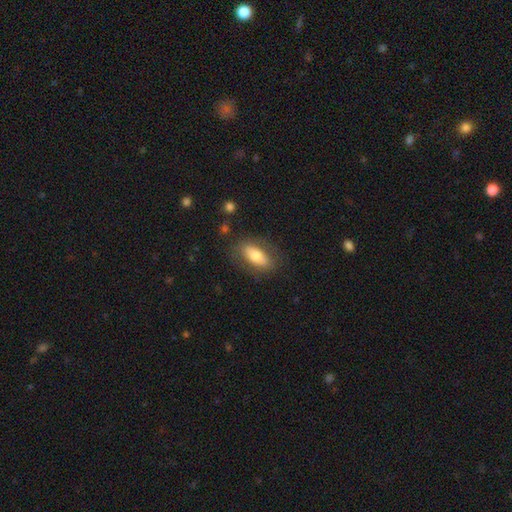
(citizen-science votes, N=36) This is clearly a smooth galaxy (81%). How rounded: clearly in between (86%). Merging: clearly none (83%).